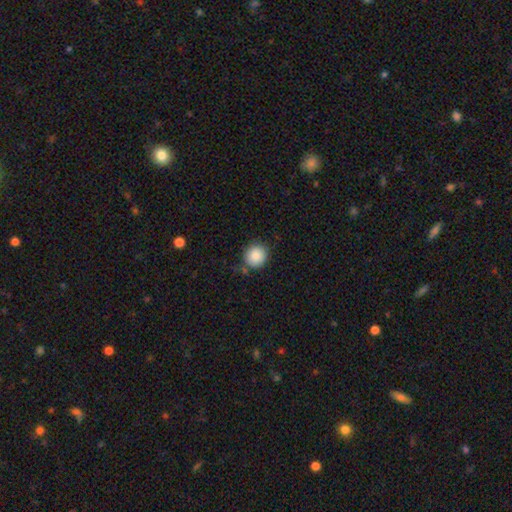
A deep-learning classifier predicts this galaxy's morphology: A smooth galaxy with no disk features (88%) that is round (90%). Merging: none (82%).